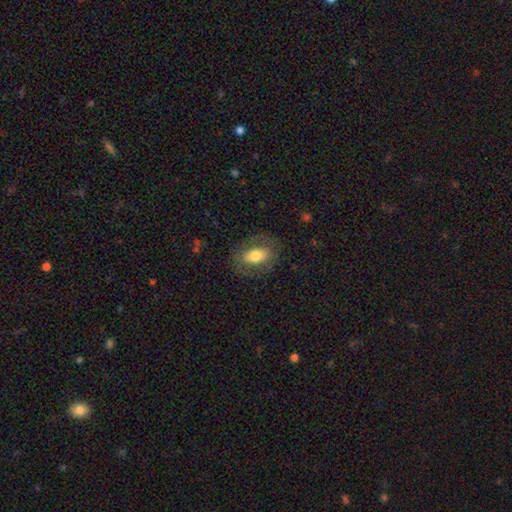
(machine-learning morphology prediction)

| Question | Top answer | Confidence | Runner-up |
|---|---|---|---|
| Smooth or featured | smooth | 66% | featured or disk (27%) |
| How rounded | in between | 87% | round (11%) |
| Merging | none | 77% | minor disturbance (14%) |